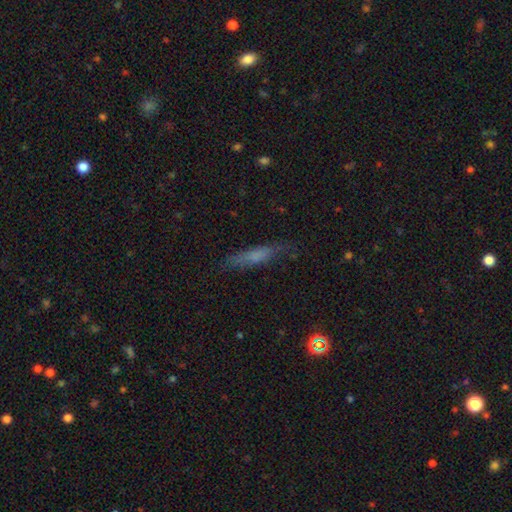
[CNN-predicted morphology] Smooth or featured? smooth (58%)
How rounded? cigar-shaped (82%)
Merging? none (74%)